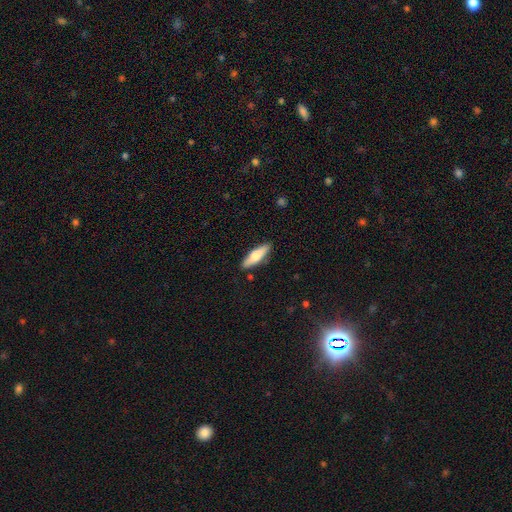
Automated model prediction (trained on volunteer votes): smooth_or_featured: smooth (p=0.61) [alt: featured or disk p=0.33]
how_rounded: cigar-shaped (p=0.58) [alt: in between p=0.40]
merging: none (p=0.87) [alt: minor disturbance p=0.10]